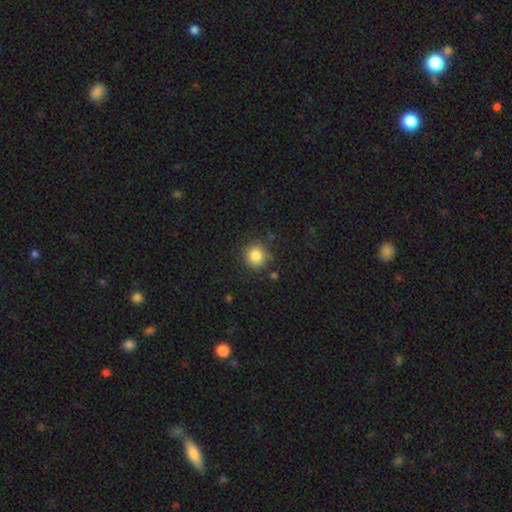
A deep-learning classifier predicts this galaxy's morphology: Smooth or featured?
  - smooth: 85% *
  - star or artifact: 10%
  - featured or disk: 5%
How rounded?
  - round: 93% *
  - in between: 6%
  - cigar-shaped: 1%
Merging?
  - none: 86% *
  - minor disturbance: 9%
  - major disturbance: 3%
  - merger: 2%